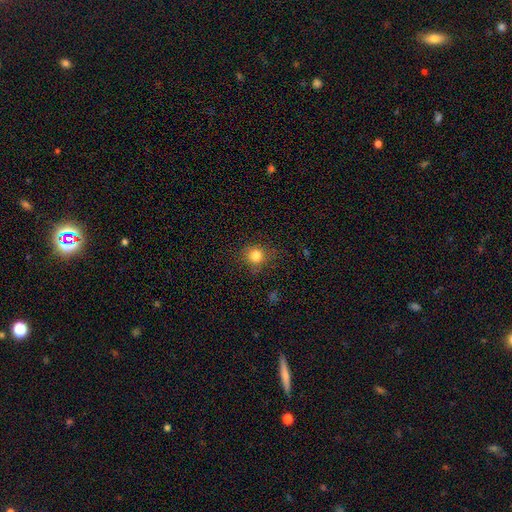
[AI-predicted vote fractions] Smooth or featured: smooth — 82% (star or artifact — 12%)
How rounded: round — 86% (in between — 13%)
Merging: none — 76% (minor disturbance — 17%)